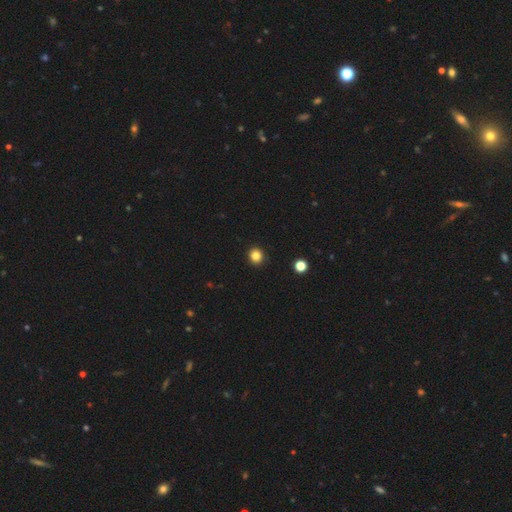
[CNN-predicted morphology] A smooth galaxy with no disk features (84%) that is round (83%).

Vote fractions:
- Smooth or featured? smooth: 84% / star or artifact: 12% / featured or disk: 4%
- How rounded? round: 83% / in between: 16% / cigar-shaped: 1%
- Merging? none: 92% / minor disturbance: 5% / major disturbance: 2% / merger: 1%